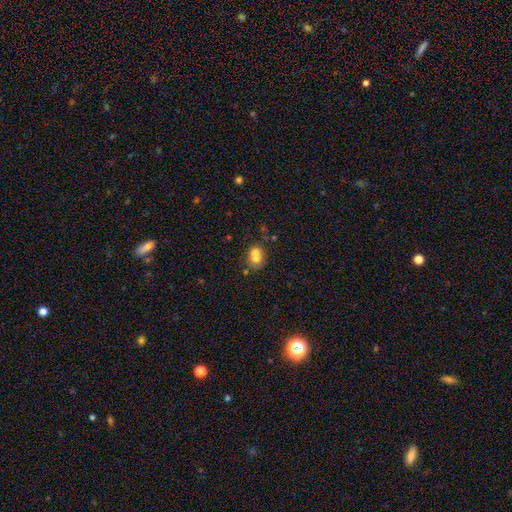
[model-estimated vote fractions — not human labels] smooth 67%, featured or disk 21%, star or artifact 12%. Down the decision tree: how rounded — round (63%); merging — merger (61%).